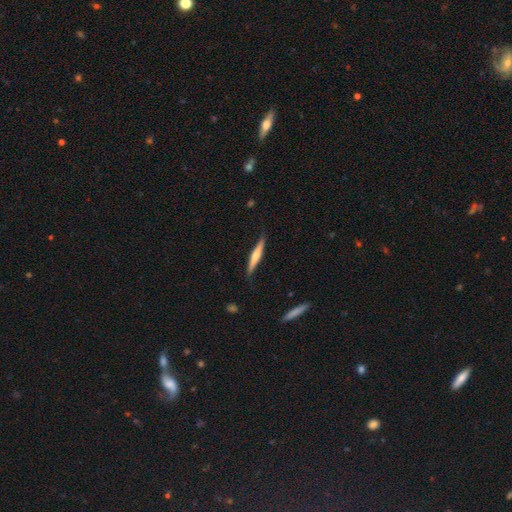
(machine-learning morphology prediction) This appears to be a featured or disk galaxy (48%). Merging: none (82%).